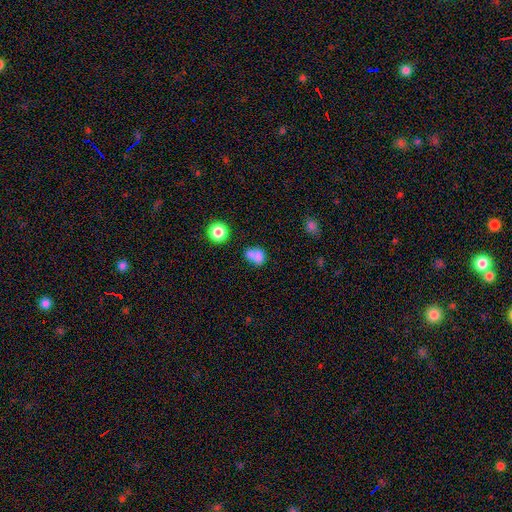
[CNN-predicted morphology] type=smooth (74%); roundness=in between (55%); merging=merger (39%).